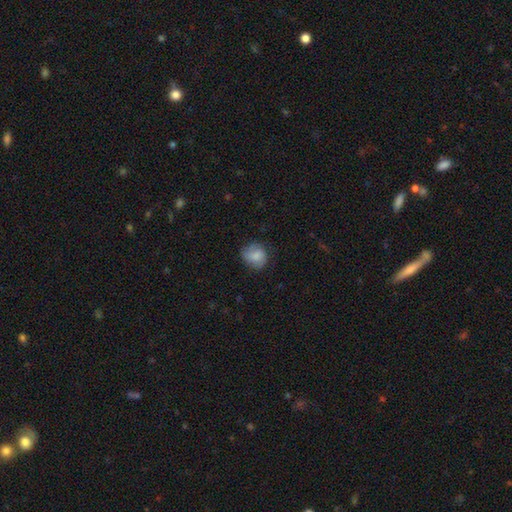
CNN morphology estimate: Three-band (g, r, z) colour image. It shows a smooth galaxy with no disk features (76%) that is round (77%). Merging: none (69%).